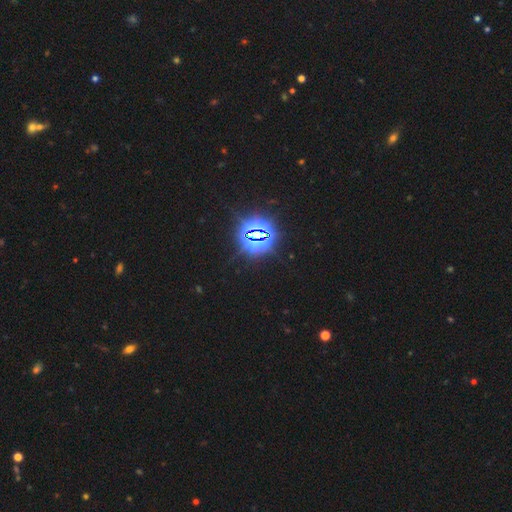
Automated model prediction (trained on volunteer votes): Morphology: type=star or artifact (84%).